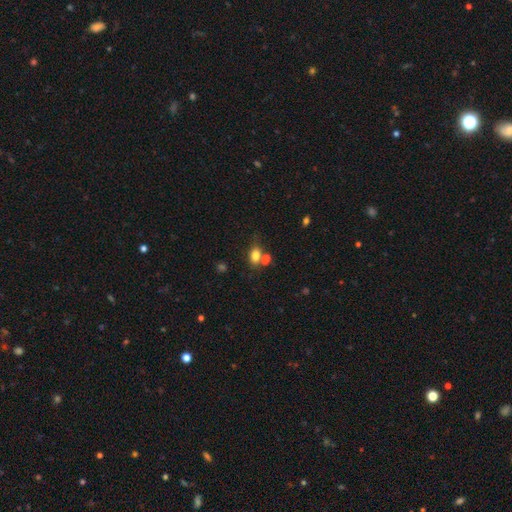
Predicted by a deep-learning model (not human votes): Smooth or featured? smooth (79%)
How rounded? in between (80%)
Merging? none (53%)